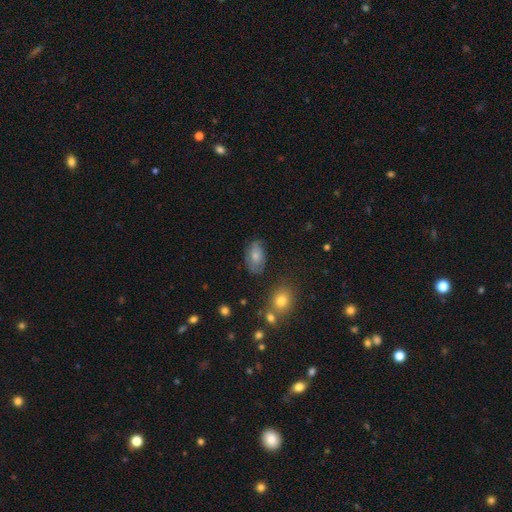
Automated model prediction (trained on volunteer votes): smooth_or_featured: smooth (p=0.62) [alt: featured or disk p=0.29]
how_rounded: in between (p=0.89) [alt: round p=0.09]
merging: none (p=0.63) [alt: minor disturbance p=0.26]